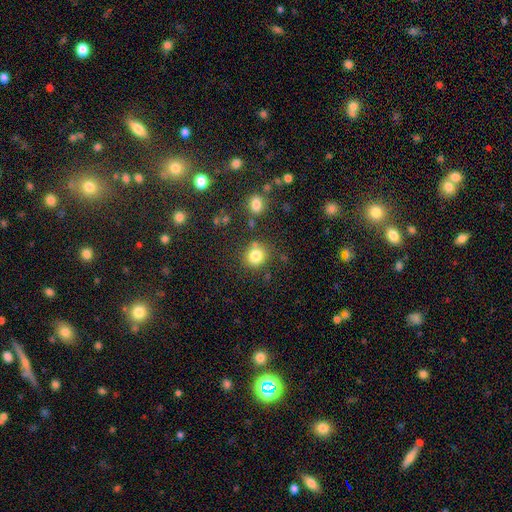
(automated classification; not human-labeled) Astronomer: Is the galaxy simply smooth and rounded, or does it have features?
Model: smooth — 82%.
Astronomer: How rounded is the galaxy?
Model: round — 82%.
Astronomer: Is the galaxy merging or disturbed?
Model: none — 75%.